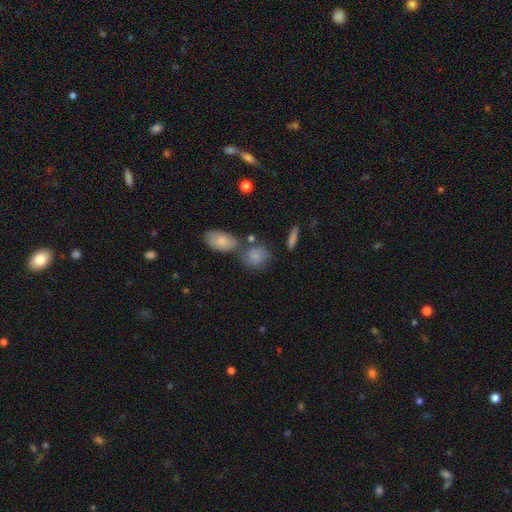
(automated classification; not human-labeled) Morphology: type=smooth (66%); roundness=round (50%); merging=none (49%).